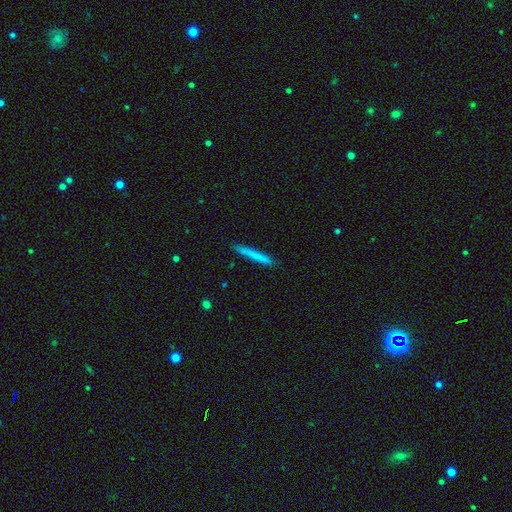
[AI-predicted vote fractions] Smooth or featured?
  - smooth: 73% *
  - featured or disk: 21%
  - star or artifact: 6%
How rounded?
  - cigar-shaped: 97% *
  - in between: 2%
  - round: 1%
Merging?
  - none: 89% *
  - minor disturbance: 8%
  - major disturbance: 2%
  - merger: 1%